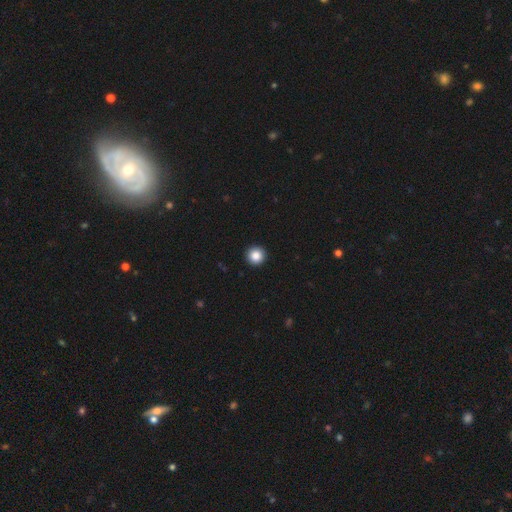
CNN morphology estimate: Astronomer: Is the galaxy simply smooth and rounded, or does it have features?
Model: smooth — 87%.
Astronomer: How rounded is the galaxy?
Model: round — 97%.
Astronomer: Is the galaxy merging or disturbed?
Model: none — 94%.